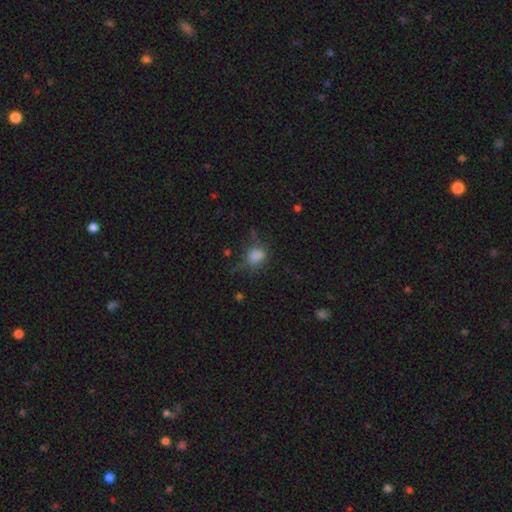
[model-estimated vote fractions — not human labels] Smooth or featured? Predicted: smooth (p=0.77). How rounded? Predicted: round (p=0.57). Merging? Predicted: none (p=0.50).